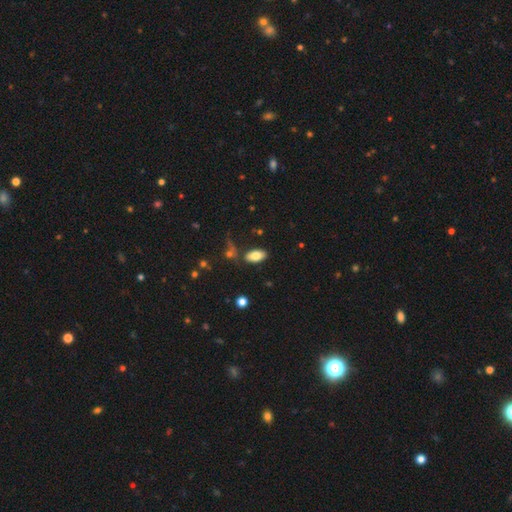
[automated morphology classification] Smooth or featured: smooth — 81% (featured or disk — 11%)
How rounded: in between — 93% (cigar-shaped — 3%)
Merging: none — 76% (minor disturbance — 12%)